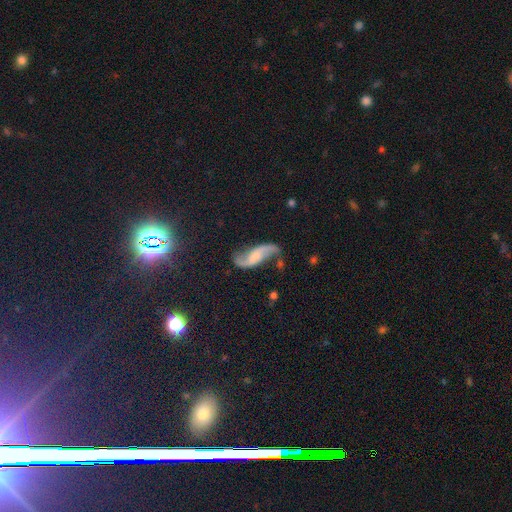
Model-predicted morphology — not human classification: Overall: featured or disk (80%). Edge-on disk: no (94%). Bar: no (53%; weak 34%). Spiral arms: yes (95%). Spiral arm count: 2 (93%). Spiral winding: loose (84%). Bulge size: none (43%; small 31%). Merging: none (66%).